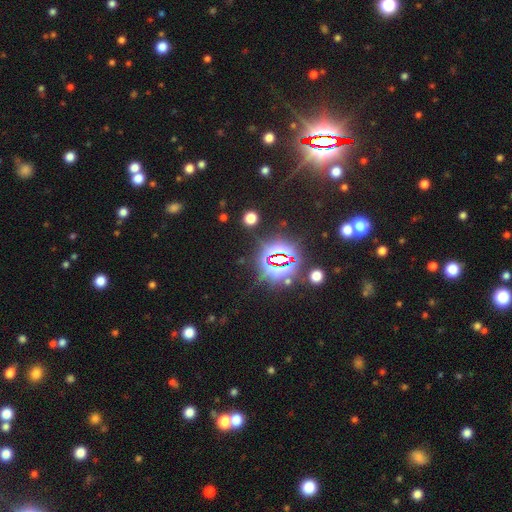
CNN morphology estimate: This is clearly a star or artifact rather than a galaxy (82%).